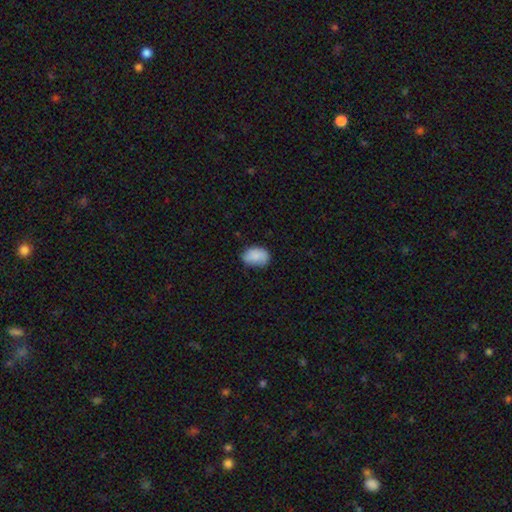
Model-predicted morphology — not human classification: Q: Smooth or featured?
A: smooth (85%); runner-up: featured or disk (7%)
Q: How rounded?
A: in between (84%); runner-up: round (15%)
Q: Merging?
A: none (64%); runner-up: minor disturbance (29%)